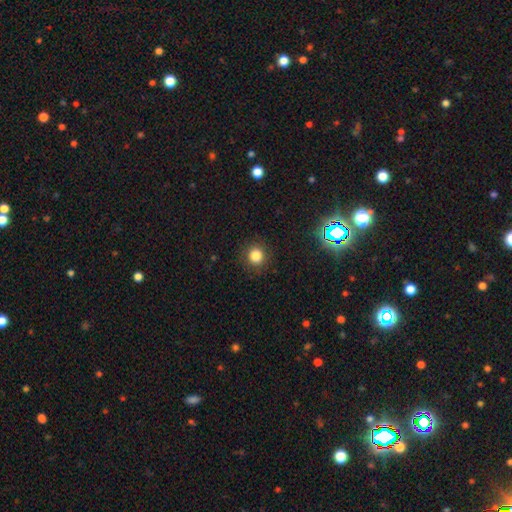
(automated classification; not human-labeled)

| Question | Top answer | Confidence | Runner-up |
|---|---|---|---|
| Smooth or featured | smooth | 81% | star or artifact (14%) |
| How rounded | round | 90% | in between (9%) |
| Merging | none | 89% | minor disturbance (7%) |